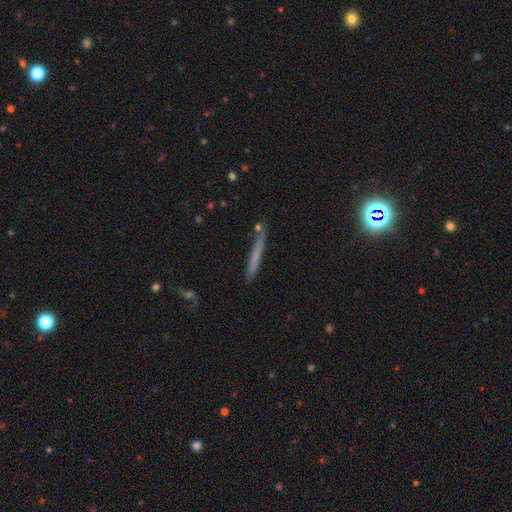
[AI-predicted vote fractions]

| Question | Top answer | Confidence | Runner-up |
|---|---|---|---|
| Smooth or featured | smooth | 58% | featured or disk (31%) |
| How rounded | cigar-shaped | 95% | in between (3%) |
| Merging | none | 80% | minor disturbance (13%) |